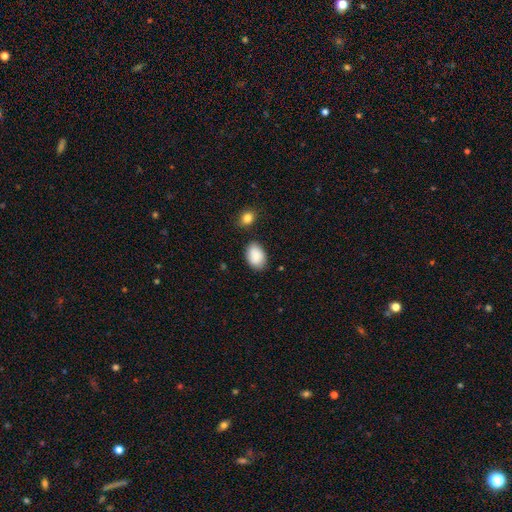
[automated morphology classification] smooth-or-featured: smooth: 88% | star or artifact: 6% | featured or disk: 6%
  how-rounded: in between: 87% | round: 12% | cigar-shaped: 1%
  merging: none: 79% | minor disturbance: 14% | merger: 3% | major disturbance: 3%